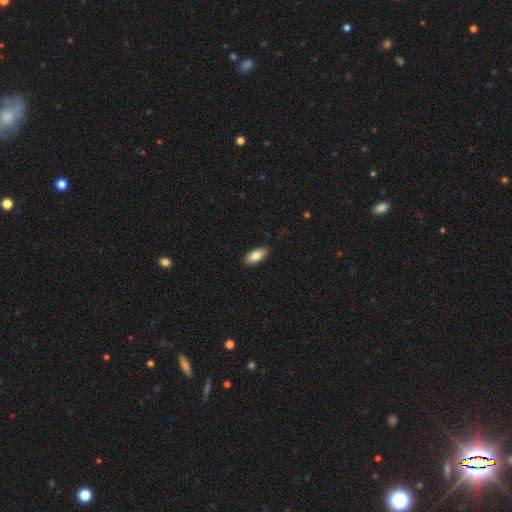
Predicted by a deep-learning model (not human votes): The model was most divided on "smooth or featured": smooth: 83%, featured or disk: 11%, star or artifact: 6%. More confident: how rounded — in between (89%); merging — none (88%).